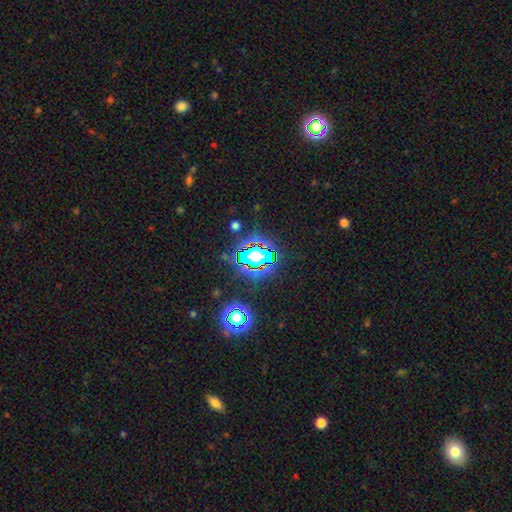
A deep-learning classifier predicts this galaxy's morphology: Smooth or featured? star or artifact (80%)